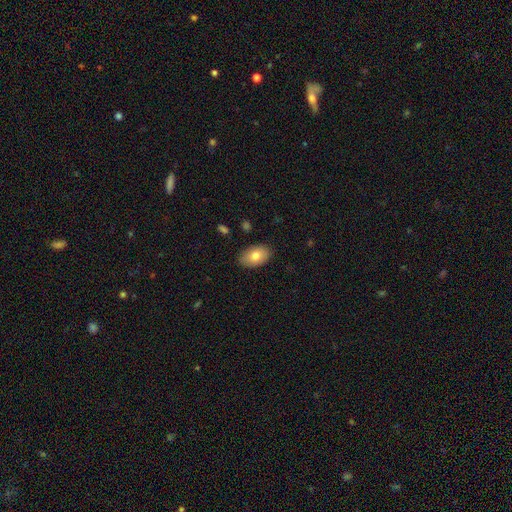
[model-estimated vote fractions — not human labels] smooth_or_featured: smooth (p=0.78) [alt: featured or disk p=0.15]
how_rounded: in between (p=0.91) [alt: round p=0.08]
merging: none (p=0.86) [alt: minor disturbance p=0.11]